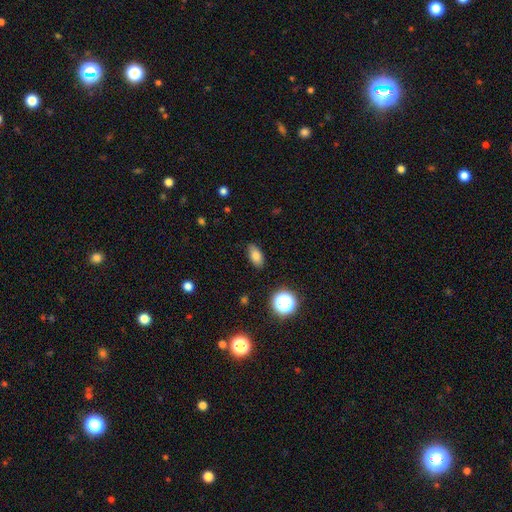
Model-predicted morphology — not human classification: Smooth or featured?
  - smooth: 81% *
  - star or artifact: 11%
  - featured or disk: 8%
How rounded?
  - in between: 87% *
  - round: 8%
  - cigar-shaped: 5%
Merging?
  - none: 85% *
  - minor disturbance: 11%
  - major disturbance: 3%
  - merger: 1%